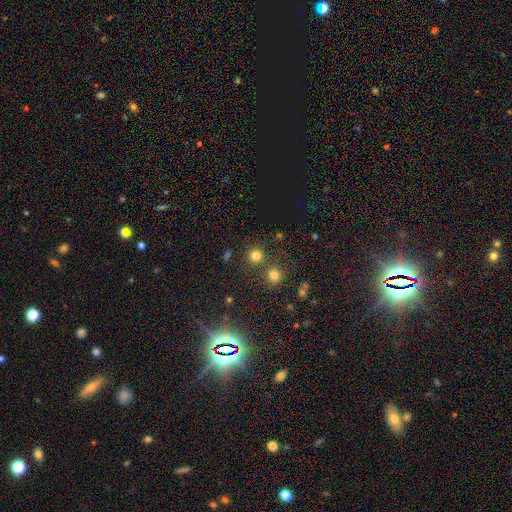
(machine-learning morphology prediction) Smooth or featured? smooth (76%)
How rounded? round (91%)
Merging? none (74%)